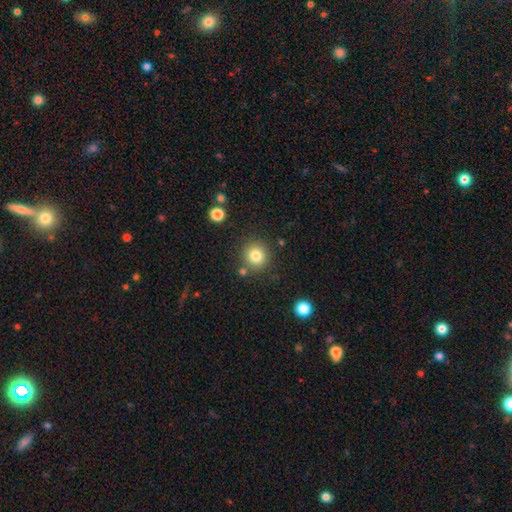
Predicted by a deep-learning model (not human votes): A smooth galaxy with no disk features (81%) that is round (90%). Merging: none (84%).